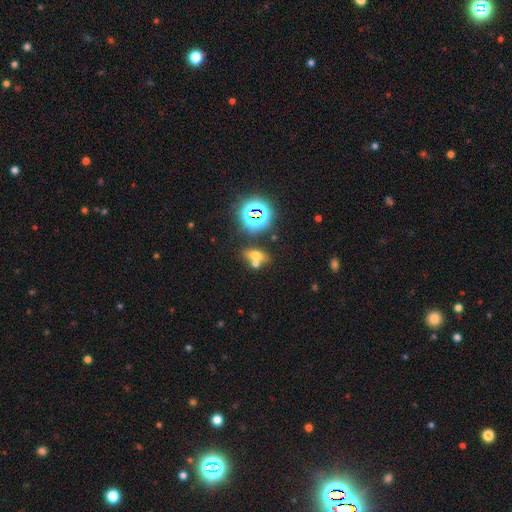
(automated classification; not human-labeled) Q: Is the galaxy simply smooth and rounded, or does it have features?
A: smooth — 56%.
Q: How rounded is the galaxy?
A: in between — 67%.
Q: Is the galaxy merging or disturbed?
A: none — 48%.